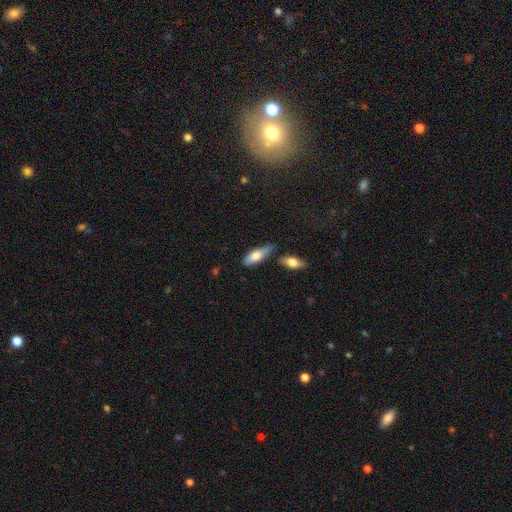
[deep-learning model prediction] Smooth or featured? Predicted: smooth (p=0.73). How rounded? Predicted: in between (p=0.71). Merging? Predicted: none (p=0.50).